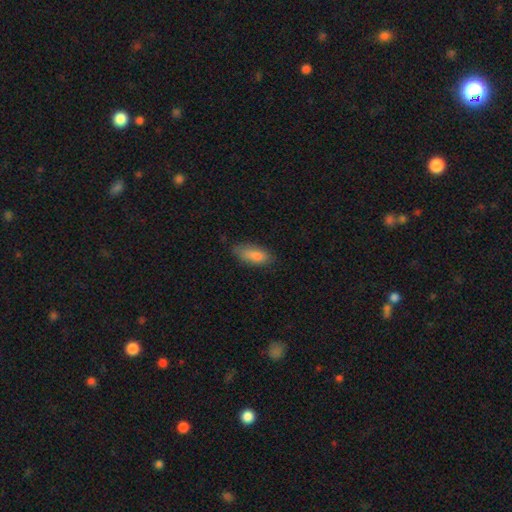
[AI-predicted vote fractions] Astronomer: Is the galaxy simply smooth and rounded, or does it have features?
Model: smooth — 83%.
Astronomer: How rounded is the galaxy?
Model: in between — 75%.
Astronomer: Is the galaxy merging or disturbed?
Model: none — 70%.